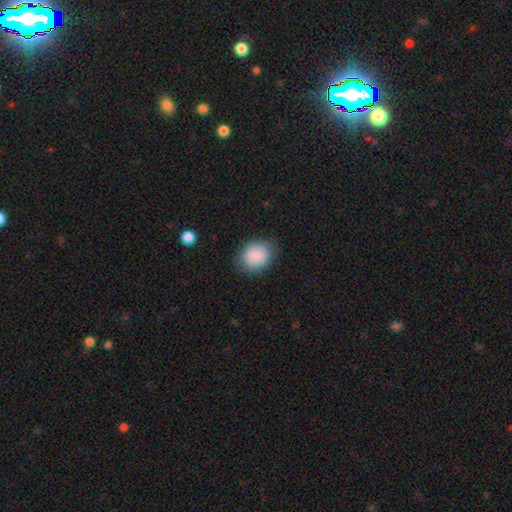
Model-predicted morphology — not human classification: smooth-or-featured: smooth: 87% | star or artifact: 7% | featured or disk: 6%
  how-rounded: round: 54% | in between: 45% | cigar-shaped: 1%
  merging: none: 79% | minor disturbance: 15% | major disturbance: 4% | merger: 1%